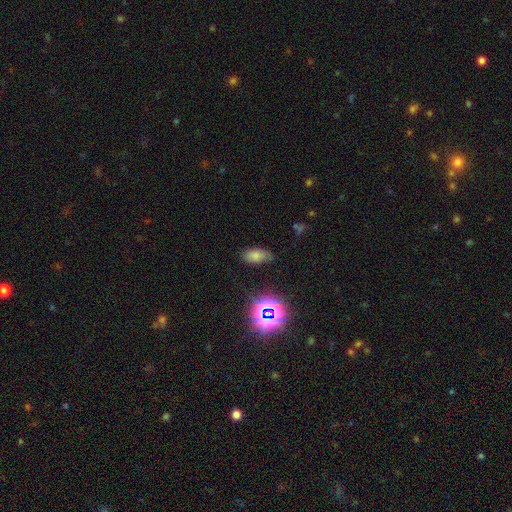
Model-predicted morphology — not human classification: Smooth or featured?
  - smooth: 69% *
  - star or artifact: 21%
  - featured or disk: 10%
How rounded?
  - in between: 90% *
  - round: 7%
  - cigar-shaped: 4%
Merging?
  - none: 71% *
  - minor disturbance: 21%
  - major disturbance: 6%
  - merger: 2%